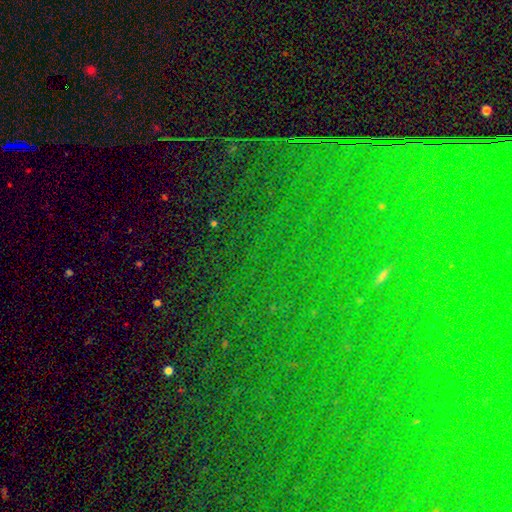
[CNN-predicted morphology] A star or artifact, not a galaxy (83%).

Vote fractions:
- Smooth or featured? star or artifact: 83% / featured or disk: 8% / smooth: 8%